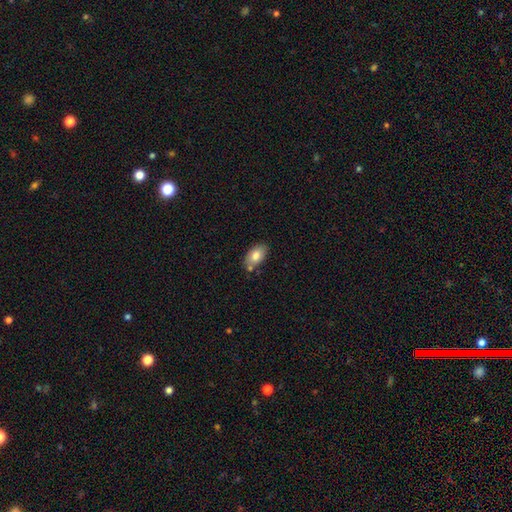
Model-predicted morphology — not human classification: This is likely a smooth galaxy (80%). How rounded: clearly in between (92%). Merging: likely none (70%).